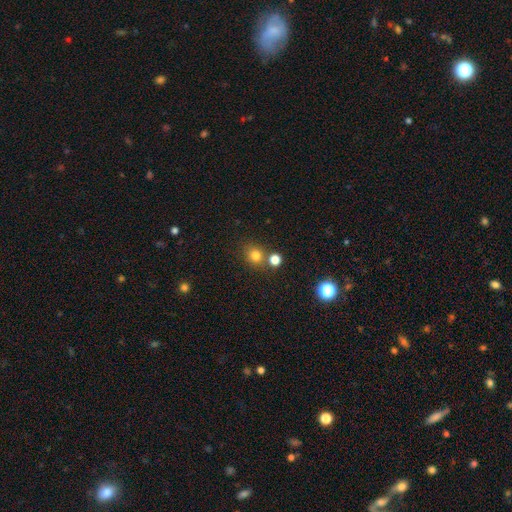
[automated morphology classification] smooth 78%, star or artifact 16%, featured or disk 6%. Down the decision tree: how rounded — round (84%); merging — none (70%).